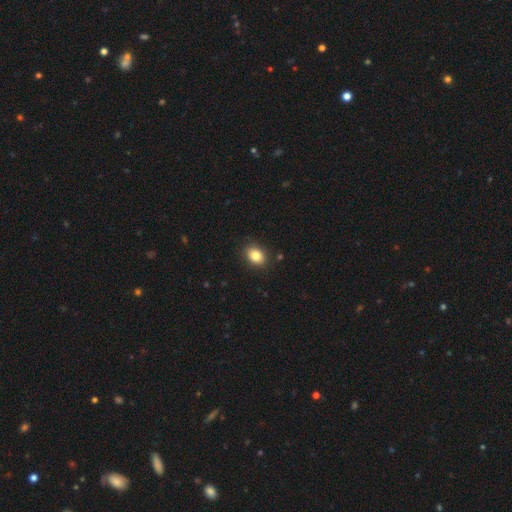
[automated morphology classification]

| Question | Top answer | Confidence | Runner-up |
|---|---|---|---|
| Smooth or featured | smooth | 83% | star or artifact (9%) |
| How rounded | in between | 65% | round (34%) |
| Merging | none | 88% | minor disturbance (9%) |